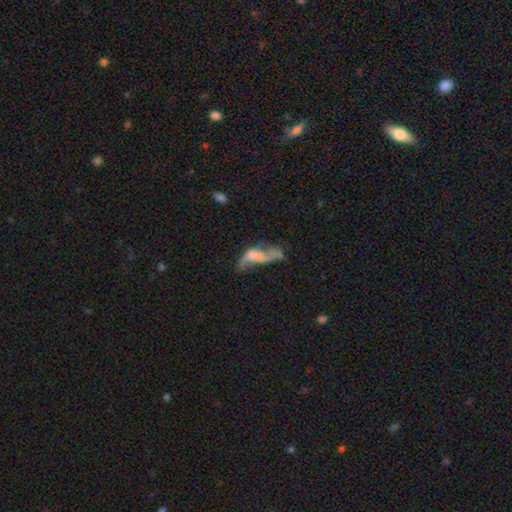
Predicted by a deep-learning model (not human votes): Smooth or featured: featured or disk — 55% (smooth — 33%)
Edge-on disk: no — 88% (yes — 12%)
Merging: major disturbance — 34% (merger — 29%)